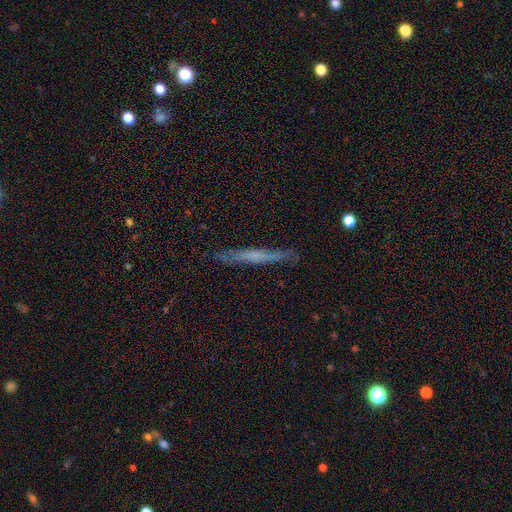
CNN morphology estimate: Q: Smooth or featured?
A: featured or disk (51%); runner-up: smooth (41%)
Q: Edge-on disk?
A: yes (91%); runner-up: no (9%)
Q: Merging?
A: none (83%); runner-up: minor disturbance (13%)